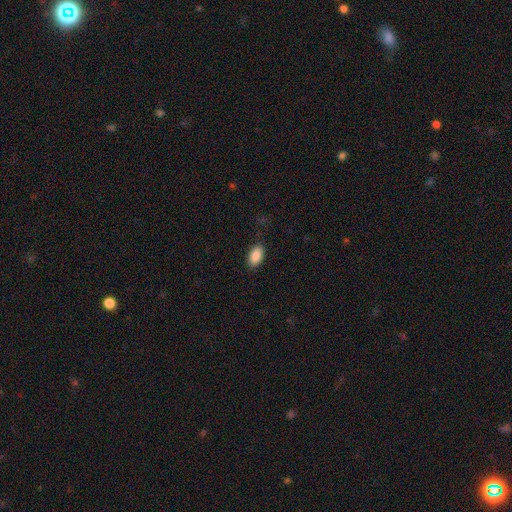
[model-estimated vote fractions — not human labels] Q: Smooth or featured?
A: smooth (89%); runner-up: star or artifact (7%)
Q: How rounded?
A: in between (93%); runner-up: round (5%)
Q: Merging?
A: none (86%); runner-up: minor disturbance (11%)